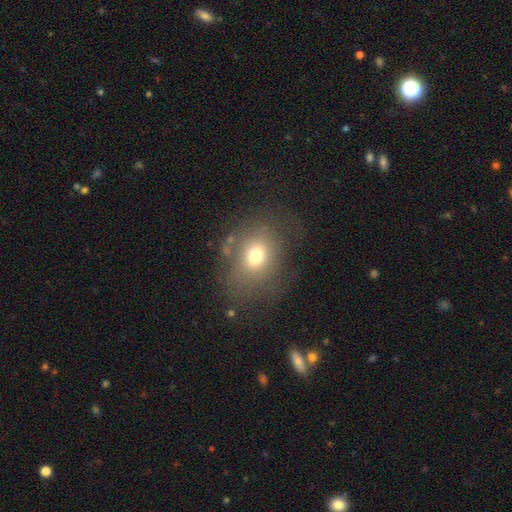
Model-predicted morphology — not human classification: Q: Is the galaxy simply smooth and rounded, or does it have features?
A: smooth — 69%.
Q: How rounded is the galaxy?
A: in between — 51%.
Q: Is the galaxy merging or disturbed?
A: none — 68%.